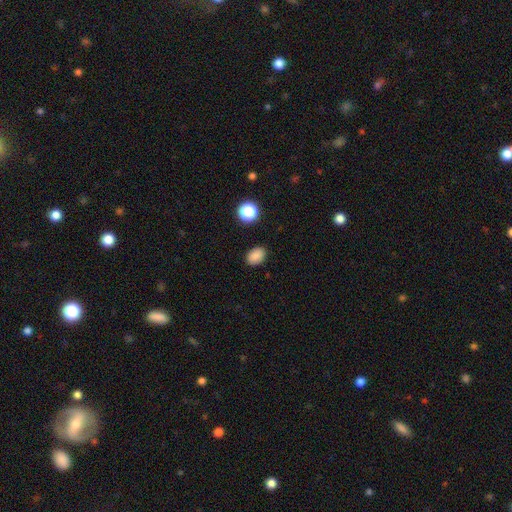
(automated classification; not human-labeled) Overall: smooth (85%). How rounded: in between (76%). Merging: none (87%).